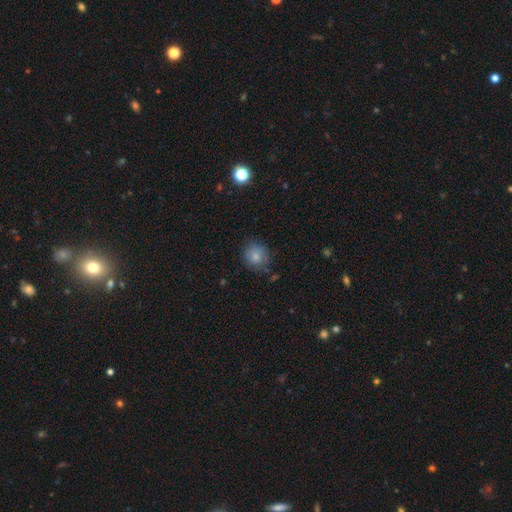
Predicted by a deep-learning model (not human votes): Smooth or featured: smooth — 75% (featured or disk — 15%)
How rounded: round — 83% (in between — 16%)
Merging: none — 72% (minor disturbance — 20%)